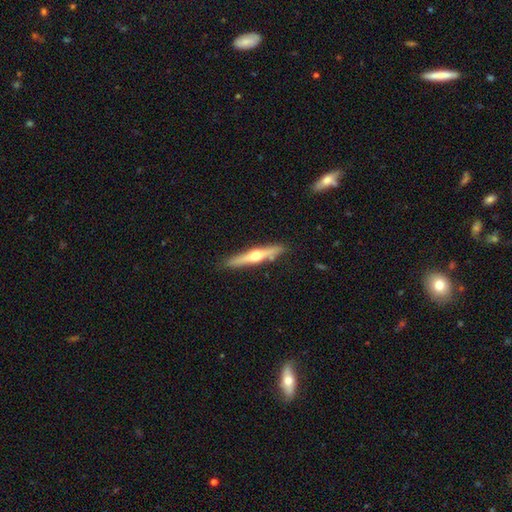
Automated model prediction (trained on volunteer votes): Overall: featured or disk (66%; smooth 29%). Edge-on disk: yes (96%). Edge-on bulge: rounded (92%). Merging: none (88%).